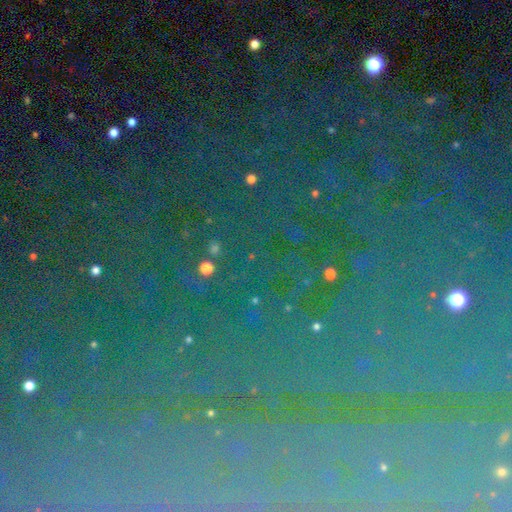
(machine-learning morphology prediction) type=star or artifact (80%).